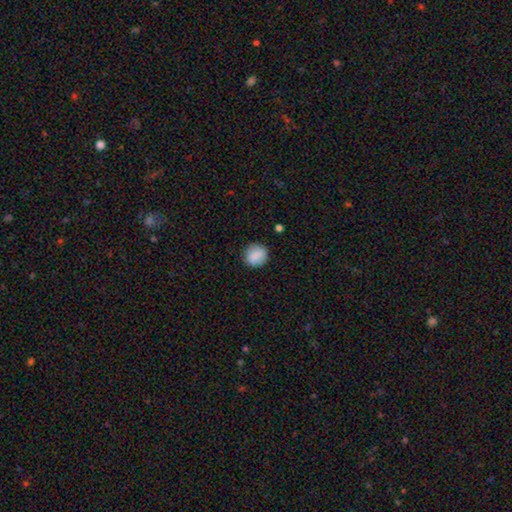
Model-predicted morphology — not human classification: Smooth or featured? smooth (81%)
How rounded? round (76%)
Merging? none (86%)